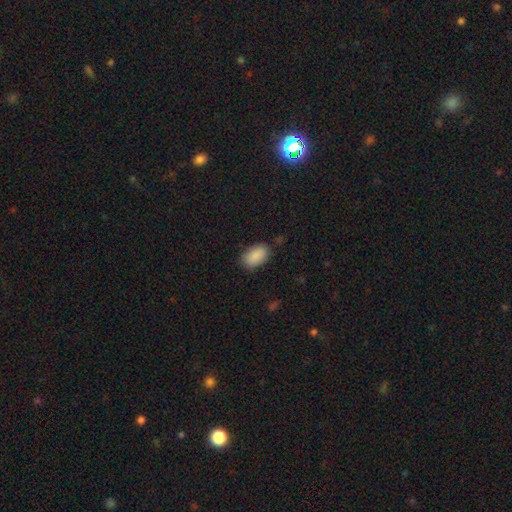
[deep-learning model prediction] smooth_or_featured: smooth (p=0.90) [alt: star or artifact p=0.07]
how_rounded: in between (p=0.93) [alt: round p=0.05]
merging: none (p=0.82) [alt: minor disturbance p=0.14]